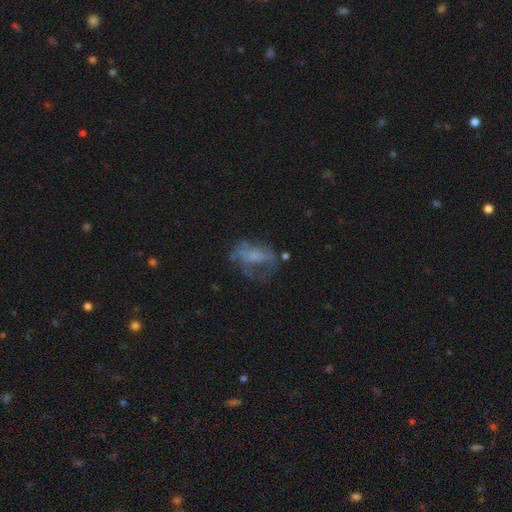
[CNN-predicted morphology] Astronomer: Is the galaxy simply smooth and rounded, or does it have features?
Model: featured or disk — 51% (runner-up: smooth, 34%).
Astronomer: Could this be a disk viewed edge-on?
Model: no — 94%.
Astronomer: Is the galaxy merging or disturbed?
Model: major disturbance — 40% (runner-up: none, 36%).